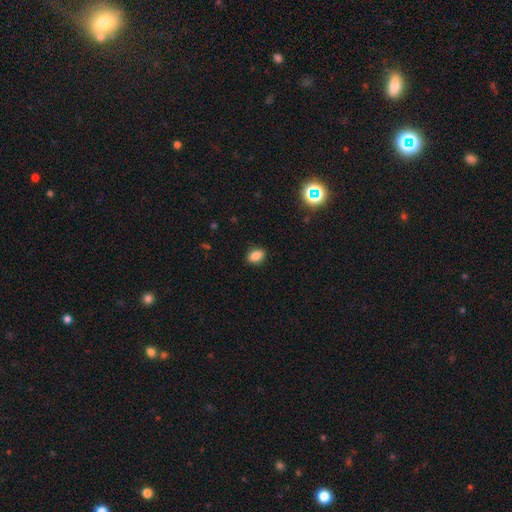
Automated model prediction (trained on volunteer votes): Smooth or featured? smooth (85%)
How rounded? in between (73%)
Merging? none (88%)